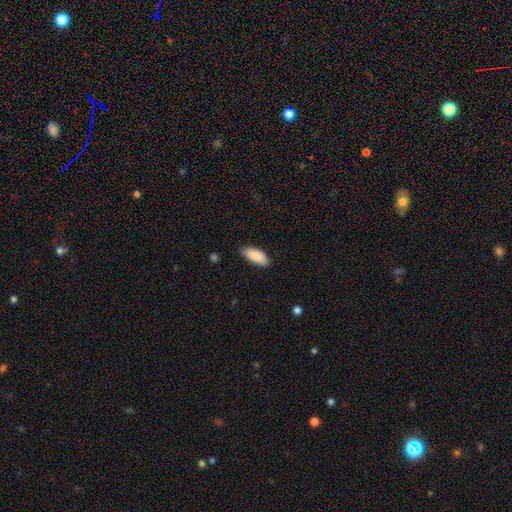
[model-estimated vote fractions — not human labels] A smooth galaxy with no disk features (88%) that is in between round and cigar-shaped (85%). Merging: none (85%).